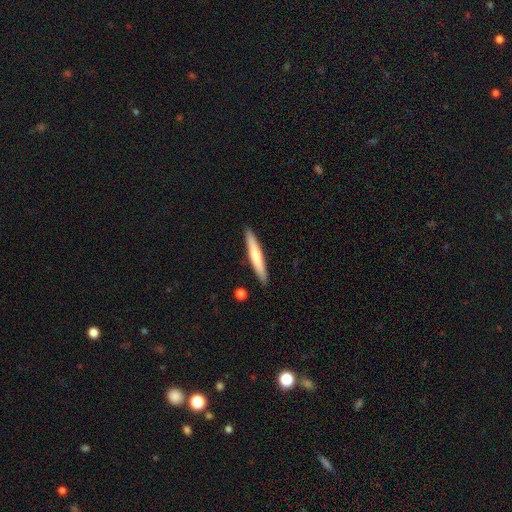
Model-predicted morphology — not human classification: smooth_or_featured: smooth (p=0.63) [alt: featured or disk p=0.33]
how_rounded: cigar-shaped (p=0.95) [alt: in between p=0.04]
merging: none (p=0.90) [alt: minor disturbance p=0.07]